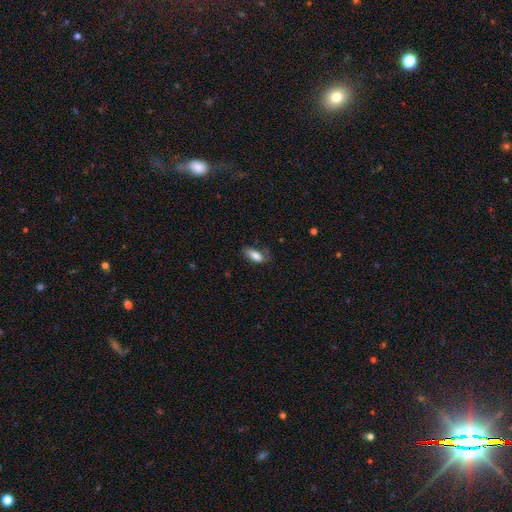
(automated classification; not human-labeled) Smooth or featured?
  - smooth: 80% *
  - featured or disk: 13%
  - star or artifact: 7%
How rounded?
  - in between: 80% *
  - cigar-shaped: 17%
  - round: 3%
Merging?
  - none: 56% *
  - minor disturbance: 30%
  - major disturbance: 12%
  - merger: 2%